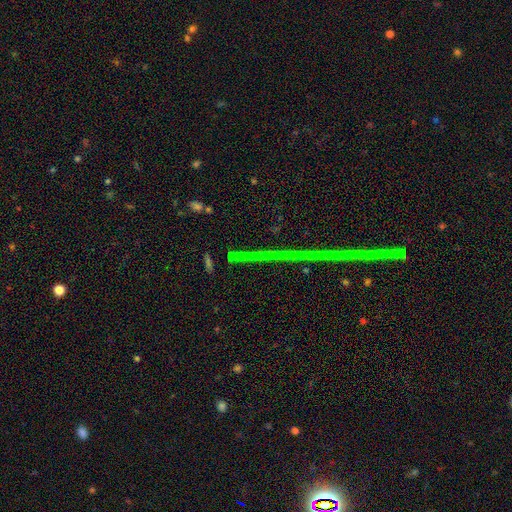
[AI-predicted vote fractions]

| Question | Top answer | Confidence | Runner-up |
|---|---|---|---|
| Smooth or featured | star or artifact | 83% | featured or disk (10%) |